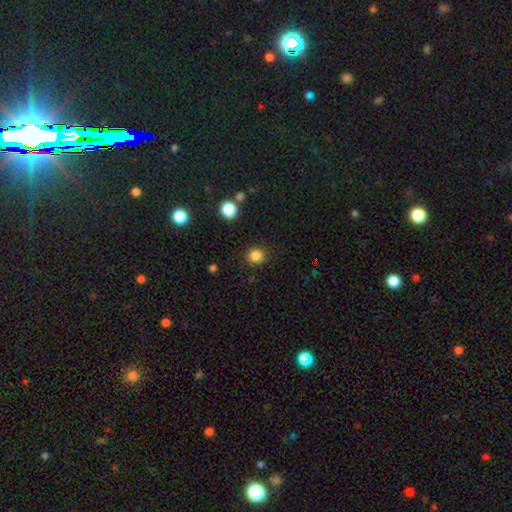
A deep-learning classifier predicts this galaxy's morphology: Smooth or featured?
  - smooth: 84% *
  - star or artifact: 12%
  - featured or disk: 4%
How rounded?
  - round: 92% *
  - in between: 7%
  - cigar-shaped: 1%
Merging?
  - none: 89% *
  - minor disturbance: 7%
  - major disturbance: 3%
  - merger: 2%